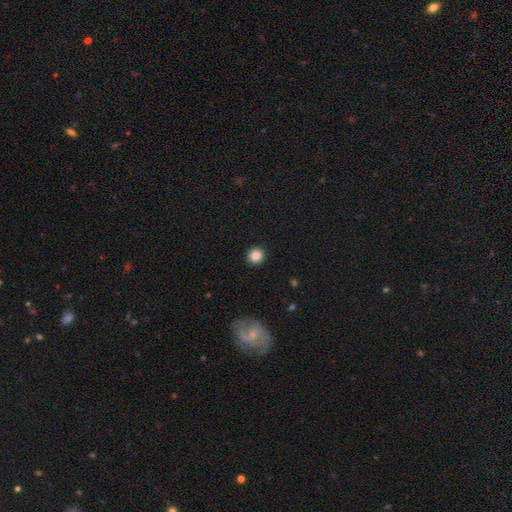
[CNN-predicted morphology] smooth 87%, star or artifact 9%, featured or disk 4%. Down the decision tree: how rounded — round (87%); merging — none (91%).